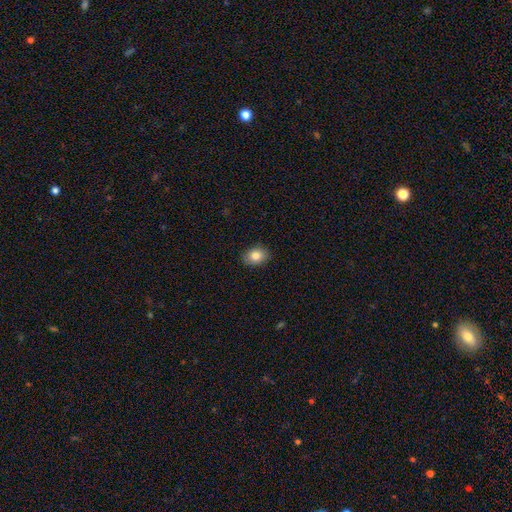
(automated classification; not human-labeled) Smooth or featured? smooth (84%)
How rounded? in between (67%)
Merging? none (88%)